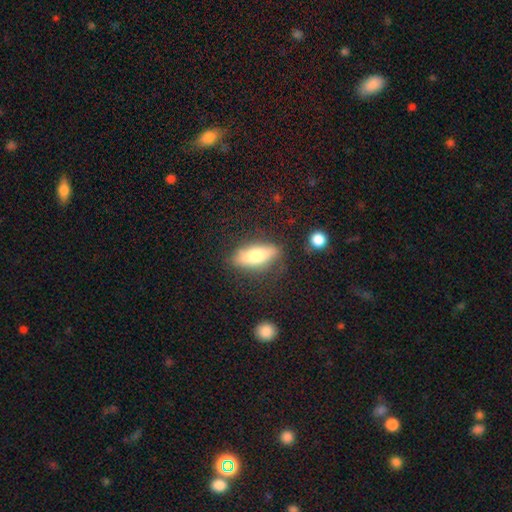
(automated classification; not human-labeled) Smooth or featured? smooth (66%)
How rounded? in between (67%)
Merging? none (74%)